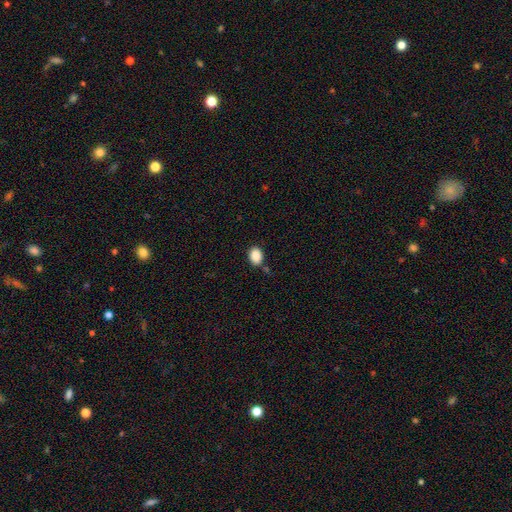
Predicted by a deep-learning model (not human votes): Smooth or featured?
  - smooth: 88% *
  - star or artifact: 9%
  - featured or disk: 3%
How rounded?
  - in between: 70% *
  - round: 29%
  - cigar-shaped: 1%
Merging?
  - none: 77% *
  - minor disturbance: 14%
  - merger: 5%
  - major disturbance: 4%